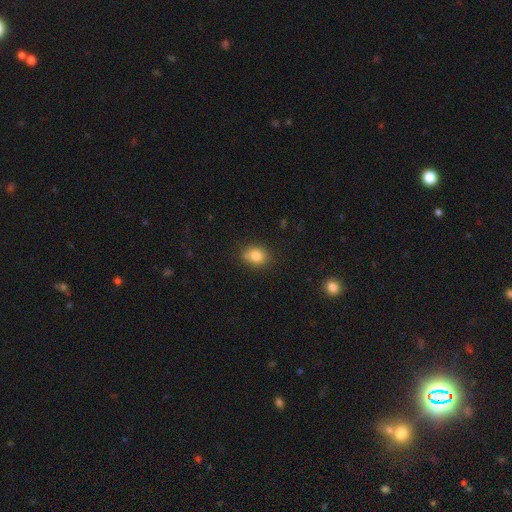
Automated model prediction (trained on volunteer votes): This appears to be a smooth galaxy with no disk features (83%) that is in between round and cigar-shaped (53%). Merging: none (83%).